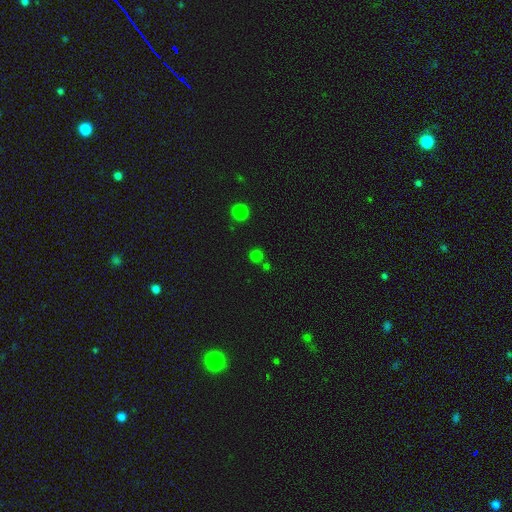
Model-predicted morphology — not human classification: type=smooth (72%); roundness=round (92%); merging=none (75%).